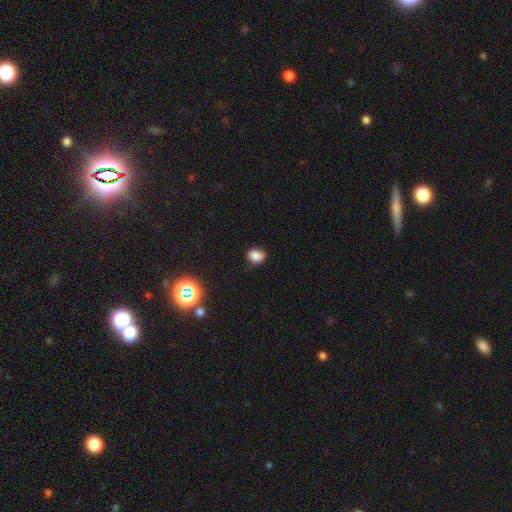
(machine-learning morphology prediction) Smooth or featured?
  - smooth: 84% *
  - star or artifact: 12%
  - featured or disk: 4%
How rounded?
  - round: 56% *
  - in between: 43%
  - cigar-shaped: 1%
Merging?
  - none: 81% *
  - minor disturbance: 15%
  - major disturbance: 3%
  - merger: 1%